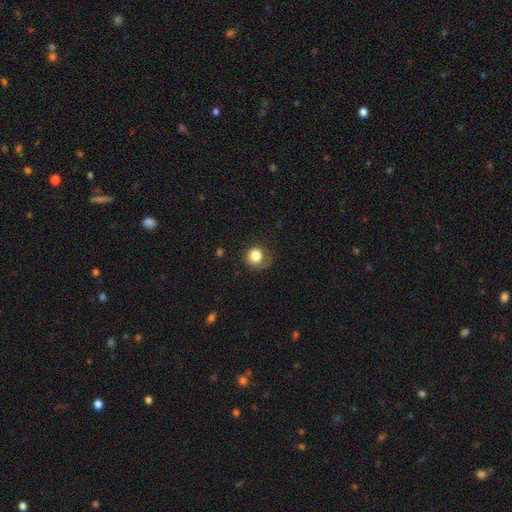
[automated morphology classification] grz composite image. It shows a smooth galaxy with no disk features (82%) that is round (83%). Merging: none (60%).